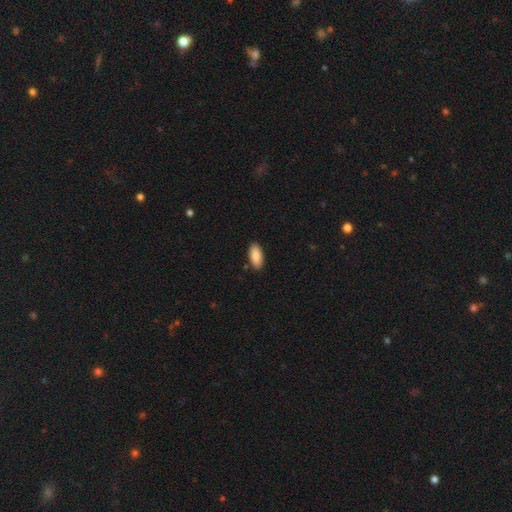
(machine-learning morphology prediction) Overall: smooth (88%). How rounded: in between (89%). Merging: none (89%).